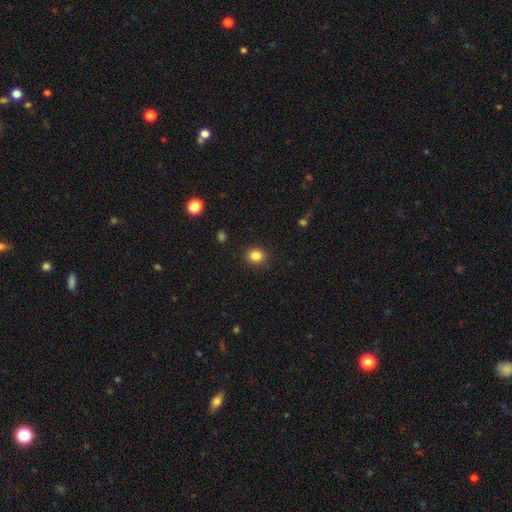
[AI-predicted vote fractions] smooth_or_featured: smooth (p=0.84) [alt: star or artifact p=0.11]
how_rounded: round (p=0.81) [alt: in between p=0.18]
merging: none (p=0.90) [alt: minor disturbance p=0.07]